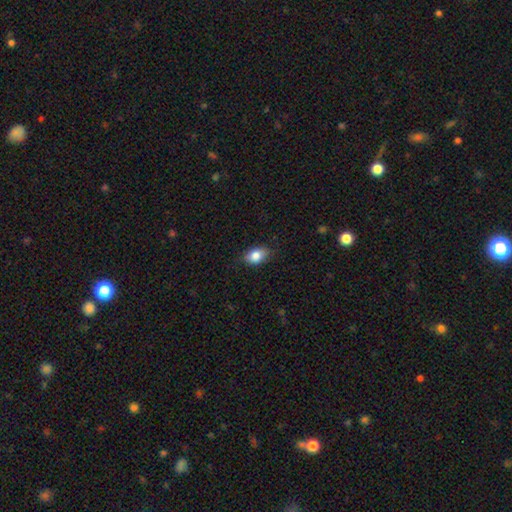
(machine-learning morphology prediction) This appears to be a smooth galaxy with no disk features (84%) that is in between round and cigar-shaped (83%). Merging: none (83%).